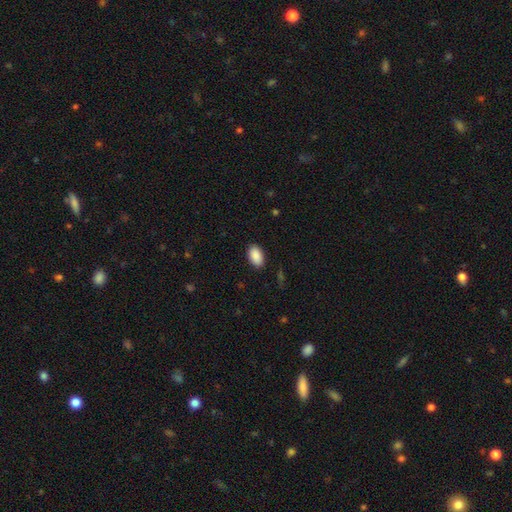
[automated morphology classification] Smooth or featured?
  - smooth: 90% *
  - star or artifact: 7%
  - featured or disk: 3%
How rounded?
  - in between: 94% *
  - round: 5%
  - cigar-shaped: 1%
Merging?
  - none: 89% *
  - minor disturbance: 8%
  - major disturbance: 2%
  - merger: 1%